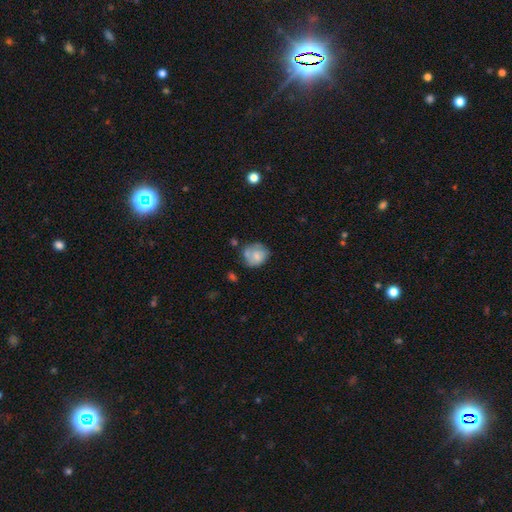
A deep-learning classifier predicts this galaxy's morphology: smooth-or-featured: smooth: 63% | featured or disk: 29% | star or artifact: 8%
  how-rounded: round: 61% | in between: 38% | cigar-shaped: 1%
  merging: none: 47% | minor disturbance: 29% | merger: 12% | major disturbance: 12%